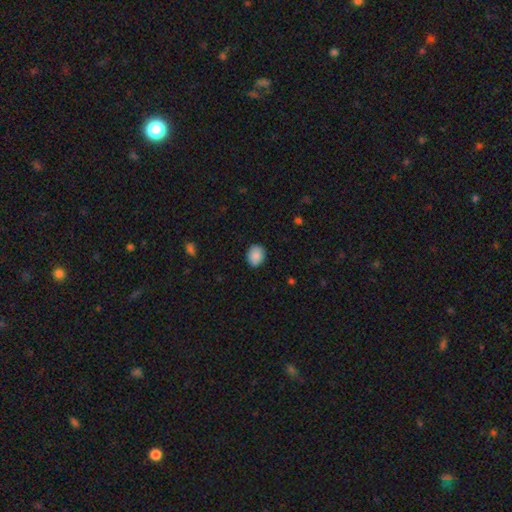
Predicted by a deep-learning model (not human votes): This is clearly a smooth galaxy (88%). How rounded: possibly round (53%). Merging: clearly none (86%).